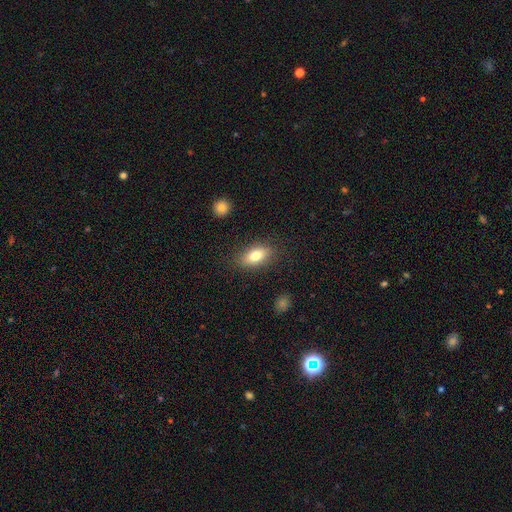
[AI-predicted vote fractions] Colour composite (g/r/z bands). It shows a smooth galaxy with no disk features (77%) that is in between round and cigar-shaped (86%). Merging: none (84%).